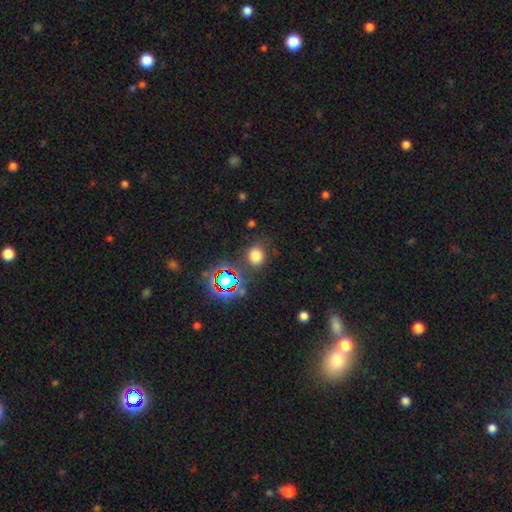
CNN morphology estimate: smooth_or_featured: smooth (p=0.70) [alt: star or artifact p=0.21]
how_rounded: round (p=0.69) [alt: in between p=0.30]
merging: none (p=0.76) [alt: minor disturbance p=0.14]